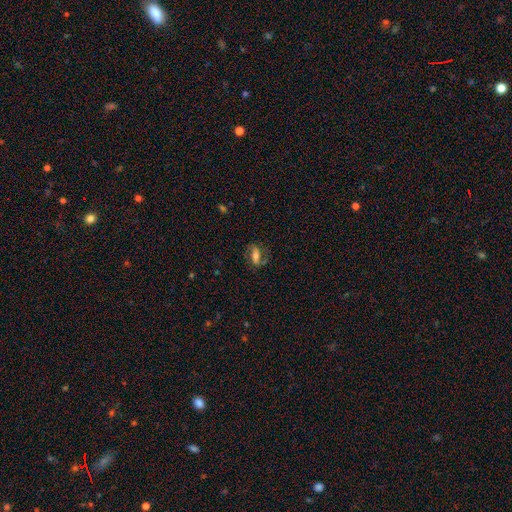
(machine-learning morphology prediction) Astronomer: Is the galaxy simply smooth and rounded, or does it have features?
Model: featured or disk — 54% (runner-up: smooth, 37%).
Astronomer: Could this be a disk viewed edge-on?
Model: no — 88%.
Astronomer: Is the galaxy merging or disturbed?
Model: none — 69%.